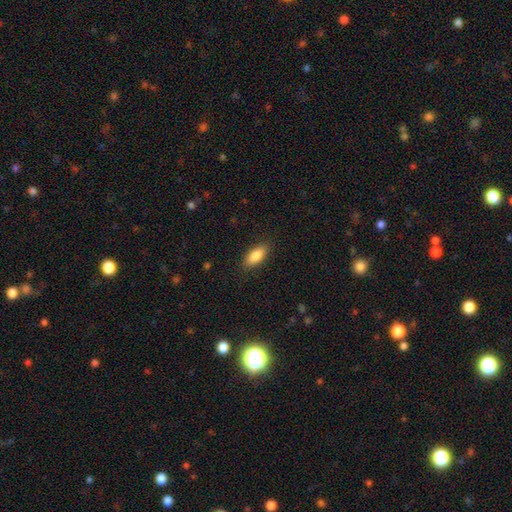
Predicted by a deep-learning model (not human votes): This is clearly a smooth galaxy (84%). How rounded: clearly in between (84%). Merging: clearly none (87%).